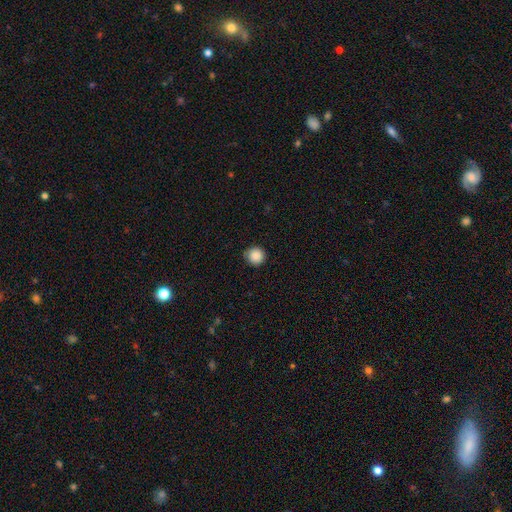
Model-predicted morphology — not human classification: Smooth or featured? smooth (88%)
How rounded? round (95%)
Merging? none (88%)